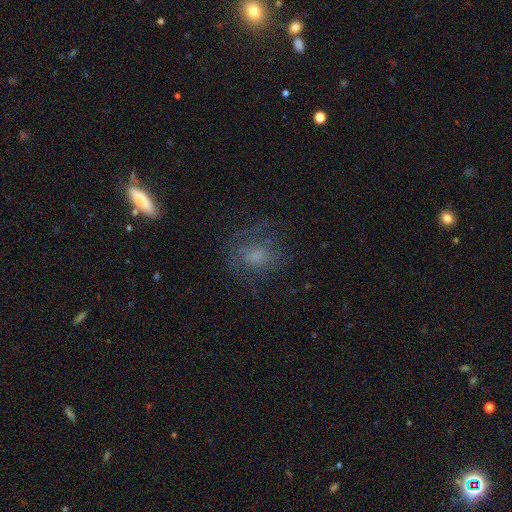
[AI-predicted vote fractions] Smooth or featured? Predicted: featured or disk (p=0.48). Merging? Predicted: none (p=0.62).